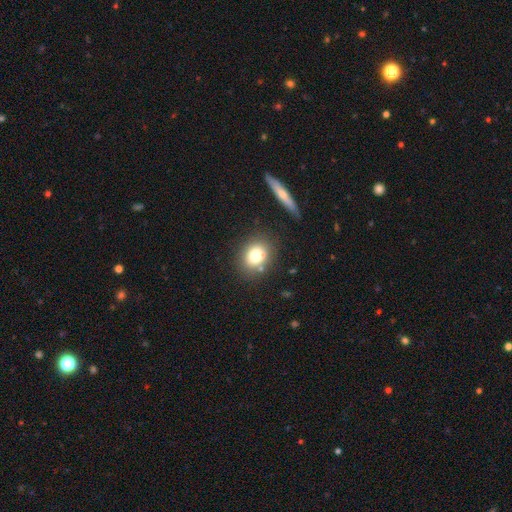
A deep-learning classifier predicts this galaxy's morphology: Overall: smooth (75%). How rounded: round (64%; in between 34%). Merging: none (76%).